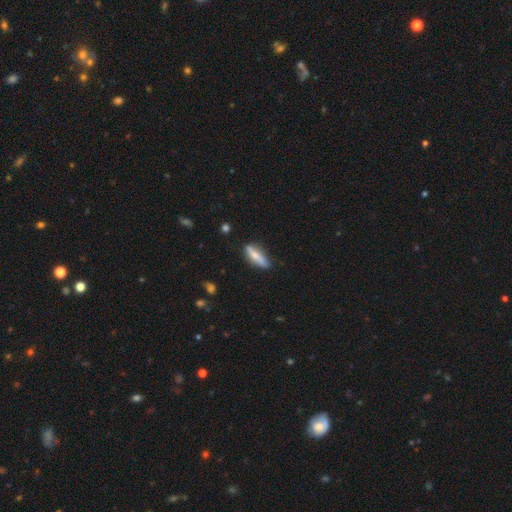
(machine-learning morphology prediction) This appears to be a smooth galaxy with no disk features (60%) that is cigar-shaped (67%). Merging: none (80%).